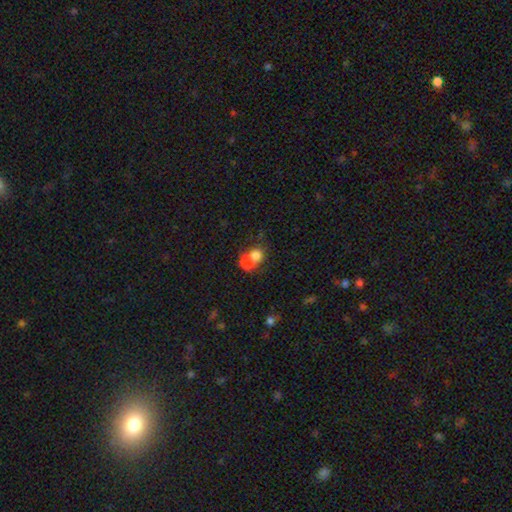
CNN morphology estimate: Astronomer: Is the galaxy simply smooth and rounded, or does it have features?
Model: smooth — 74%.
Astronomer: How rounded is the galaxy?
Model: round — 80%.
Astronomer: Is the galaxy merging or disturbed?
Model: merger — 64%.